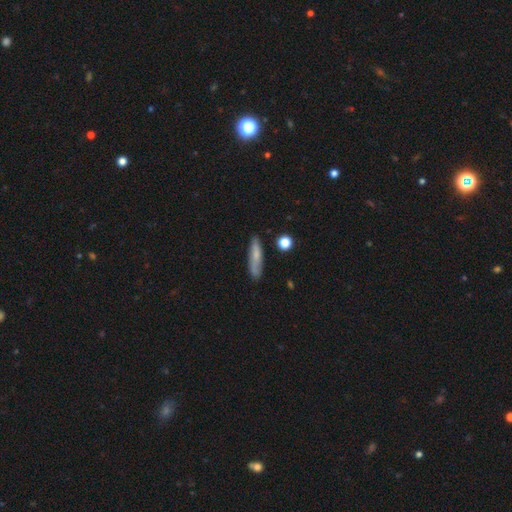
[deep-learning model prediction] A smooth galaxy with no disk features (70%) that is cigar-shaped (76%).

Vote fractions:
- Smooth or featured? smooth: 70% / featured or disk: 23% / star or artifact: 8%
- How rounded? cigar-shaped: 76% / in between: 21% / round: 3%
- Merging? none: 81% / minor disturbance: 13% / major disturbance: 3% / merger: 2%